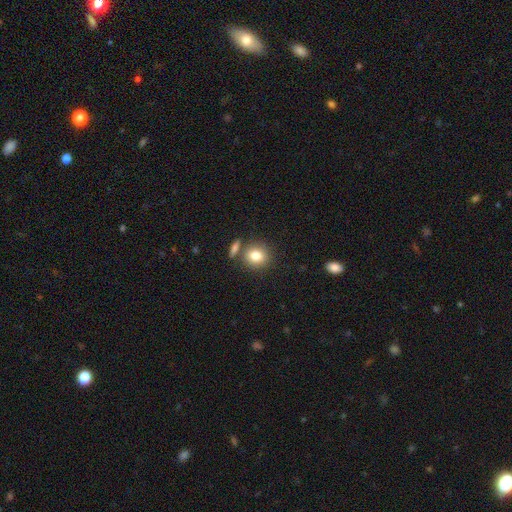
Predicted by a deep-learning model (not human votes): This is clearly a smooth galaxy (81%). How rounded: likely round (77%). Merging: likely none (71%).